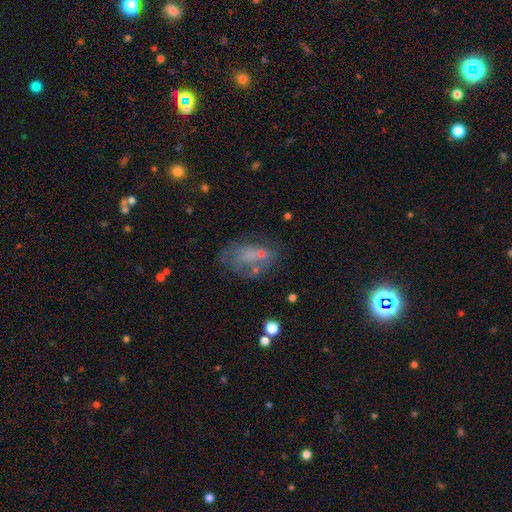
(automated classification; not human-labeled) Q: Smooth or featured?
A: featured or disk (39%); runner-up: smooth (35%)
Q: Merging?
A: none (48%); runner-up: minor disturbance (22%)